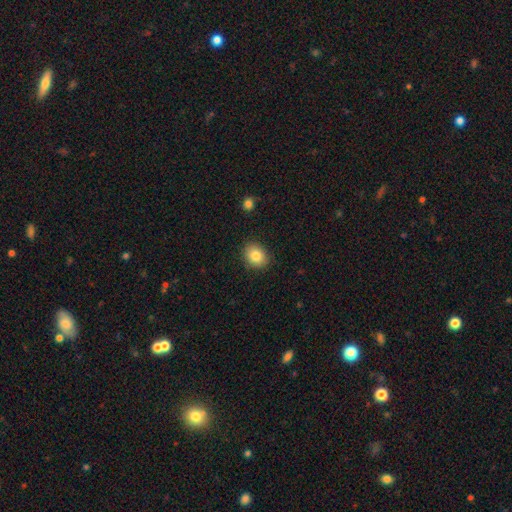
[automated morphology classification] The model was most divided on "how rounded": round: 52%, in between: 47%, cigar-shaped: 1%. More confident: merging — none (87%); smooth or featured — smooth (84%).